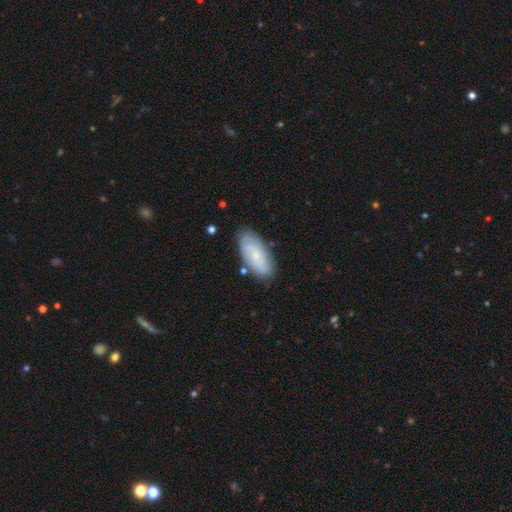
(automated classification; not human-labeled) smooth_or_featured: smooth (p=0.47) [alt: featured or disk p=0.46]
merging: none (p=0.78) [alt: minor disturbance p=0.16]